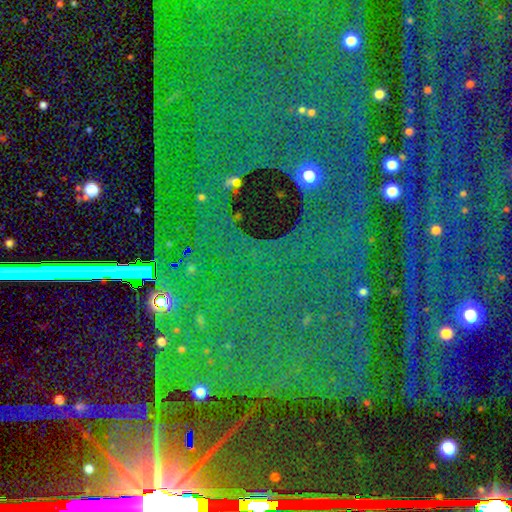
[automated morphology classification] This is clearly a star or artifact rather than a galaxy (84%).